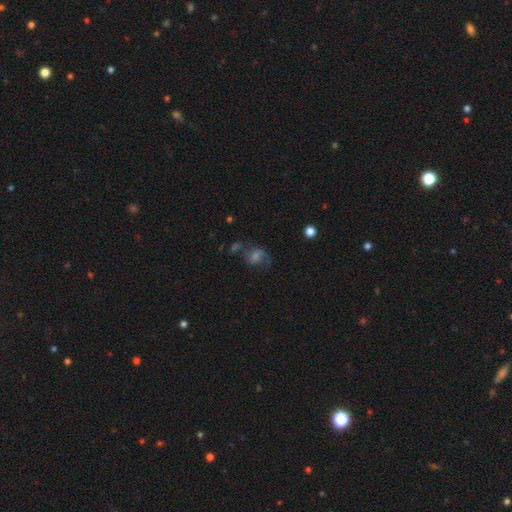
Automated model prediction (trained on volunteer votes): This is possibly a featured or disk galaxy (52%). It is clearly not viewed edge-on (96%). Merging: possibly none (52%).